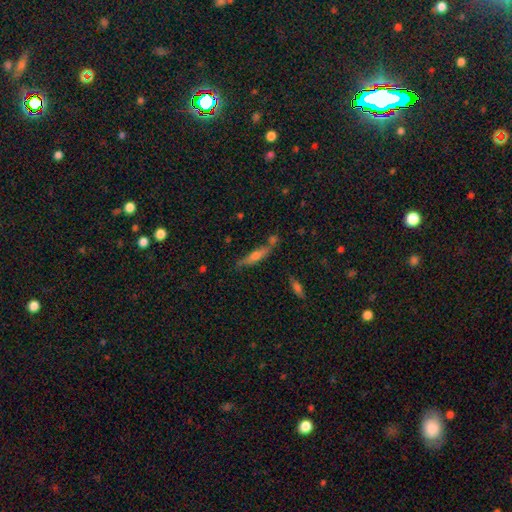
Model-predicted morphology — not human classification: A smooth galaxy with no disk features (47%).

Vote fractions:
- Smooth or featured? smooth: 47% / featured or disk: 45% / star or artifact: 9%
- Merging? none: 66% / minor disturbance: 17% / merger: 12% / major disturbance: 4%